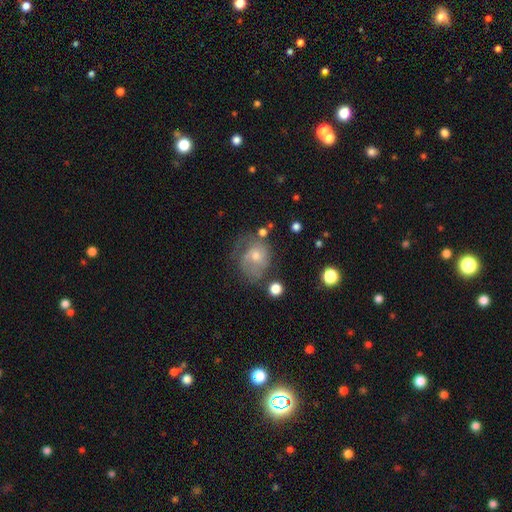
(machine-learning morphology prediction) This appears to be a featured or disk galaxy (56%) with no bar (75%), spiral arms (78%) and a small central bulge (48%). Merging: none (48%).